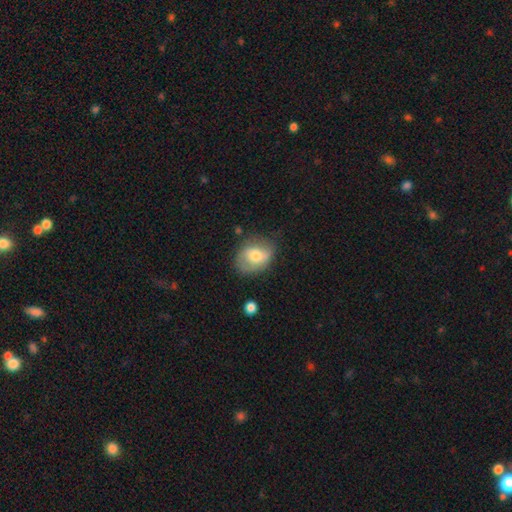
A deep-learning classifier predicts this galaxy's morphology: smooth 58%, featured or disk 35%, star or artifact 7%. Down the decision tree: how rounded — in between (59%); merging — none (61%).